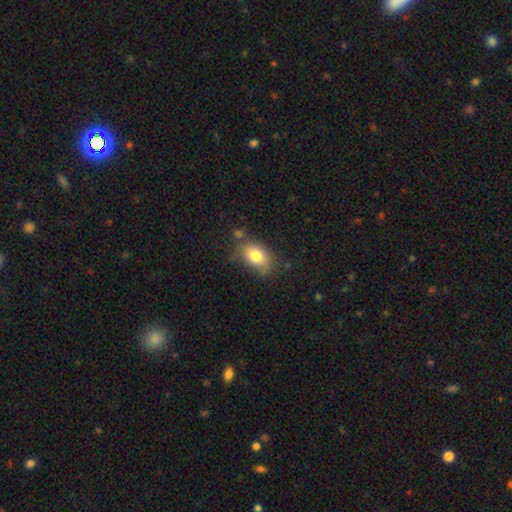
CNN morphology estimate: This is likely a smooth galaxy (78%). How rounded: clearly in between (83%). Merging: likely none (70%).